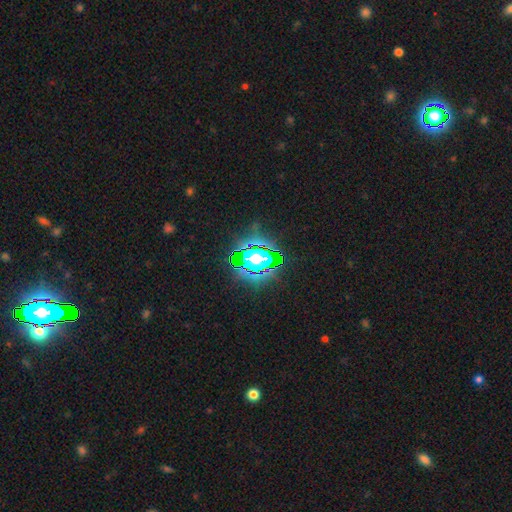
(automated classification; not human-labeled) smooth-or-featured: star or artifact: 81% | smooth: 11% | featured or disk: 7%